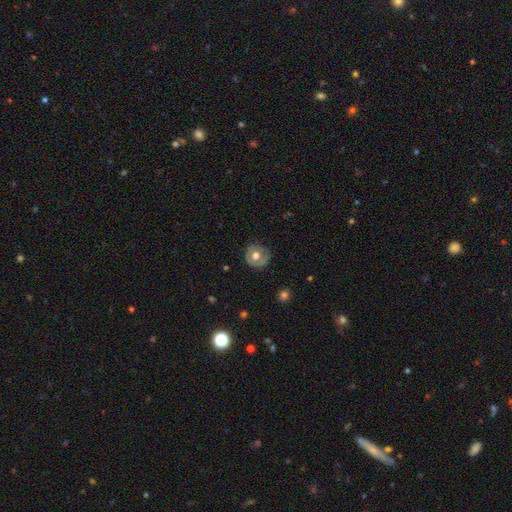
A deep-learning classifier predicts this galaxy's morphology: Q: Smooth or featured?
A: smooth (52%); runner-up: featured or disk (40%)
Q: How rounded?
A: round (90%); runner-up: in between (9%)
Q: Merging?
A: none (79%); runner-up: minor disturbance (15%)